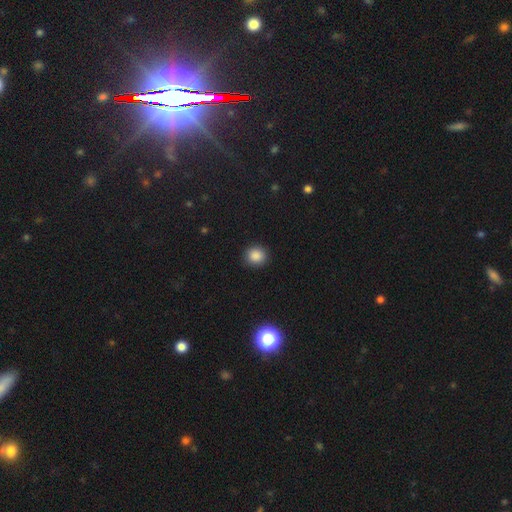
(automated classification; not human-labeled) This is clearly a smooth galaxy (86%). How rounded: clearly round (86%). Merging: clearly none (90%).